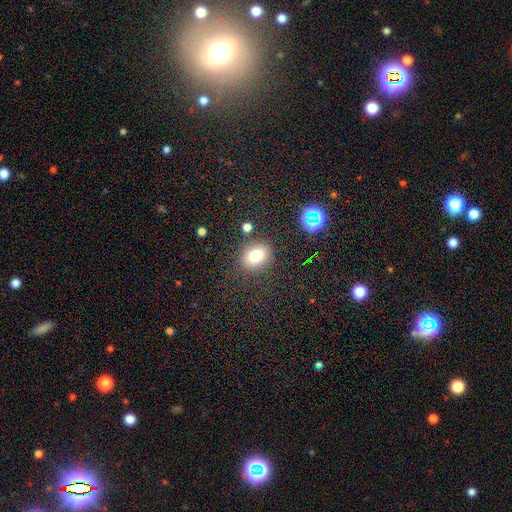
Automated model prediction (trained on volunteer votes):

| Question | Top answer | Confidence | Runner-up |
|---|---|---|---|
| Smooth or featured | smooth | 77% | star or artifact (14%) |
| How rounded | round | 54% | in between (45%) |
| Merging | none | 80% | minor disturbance (11%) |